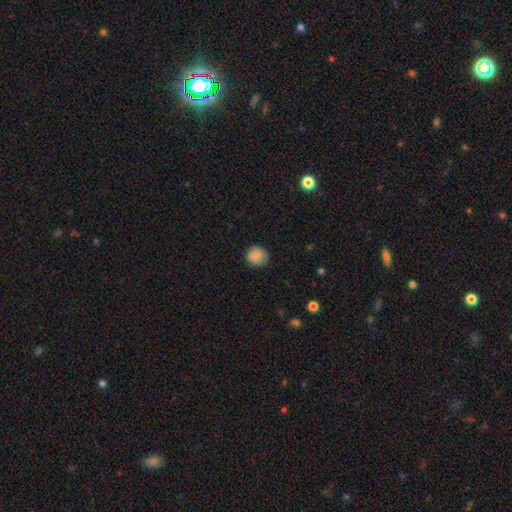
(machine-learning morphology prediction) A smooth galaxy with no disk features (84%) that is round (80%). Merging: none (81%).